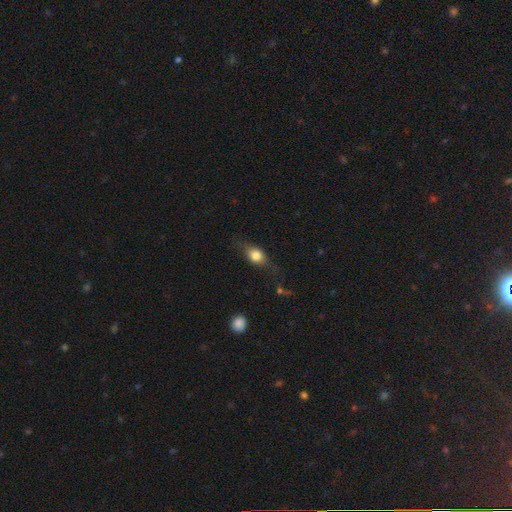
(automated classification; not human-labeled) This is likely a smooth galaxy (65%). How rounded: likely in between (60%). Merging: likely none (64%).